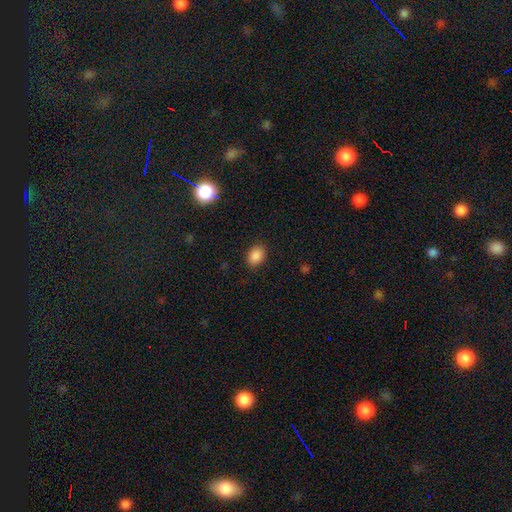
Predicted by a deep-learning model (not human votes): Morphology: type=smooth (87%); roundness=in between (69%); merging=none (86%).